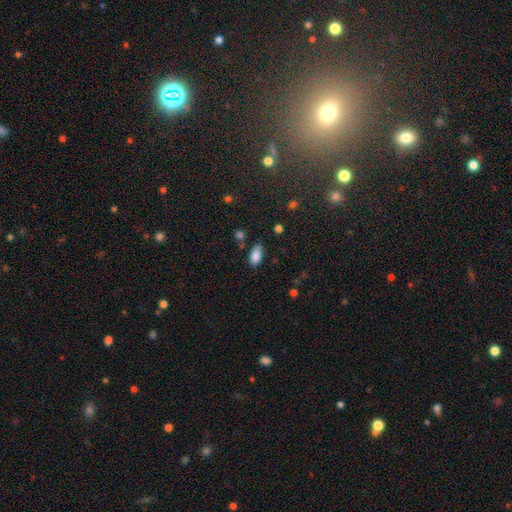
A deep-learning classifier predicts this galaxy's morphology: This appears to be a smooth galaxy with no disk features (87%) that is in between round and cigar-shaped (92%). Merging: none (70%).